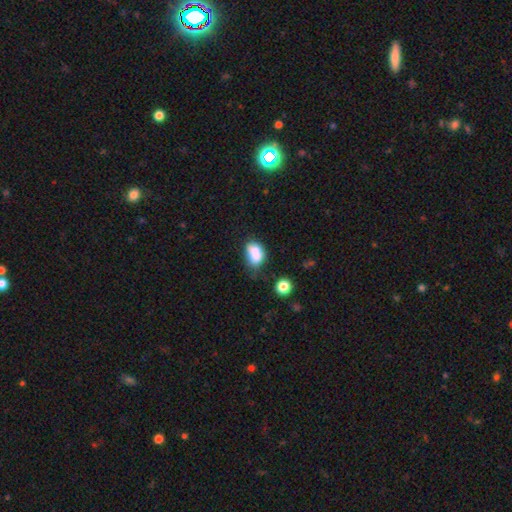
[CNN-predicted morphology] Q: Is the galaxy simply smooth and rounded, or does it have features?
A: smooth — 82%.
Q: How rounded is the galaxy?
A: in between — 84%.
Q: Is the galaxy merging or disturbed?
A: none — 44%.